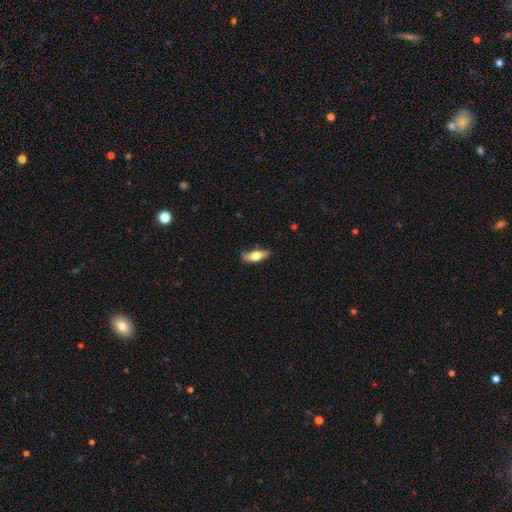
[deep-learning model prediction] A smooth galaxy with no disk features (57%) that is in between round and cigar-shaped (58%).

Vote fractions:
- Smooth or featured? smooth: 57% / featured or disk: 37% / star or artifact: 6%
- How rounded? in between: 58% / cigar-shaped: 39% / round: 3%
- Merging? none: 74% / minor disturbance: 20% / major disturbance: 4% / merger: 2%